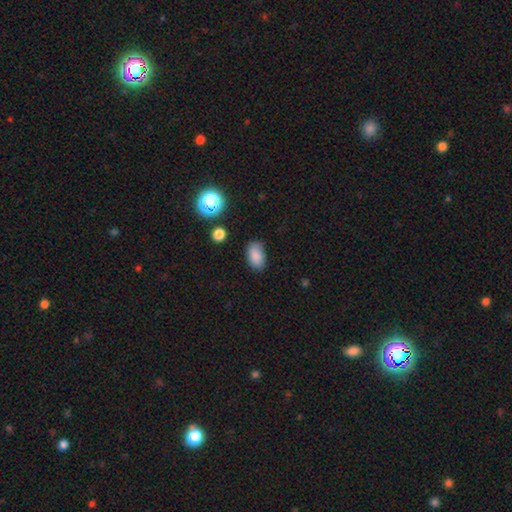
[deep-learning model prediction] A smooth galaxy with no disk features (84%) that is in between round and cigar-shaped (91%). Merging: none (75%).